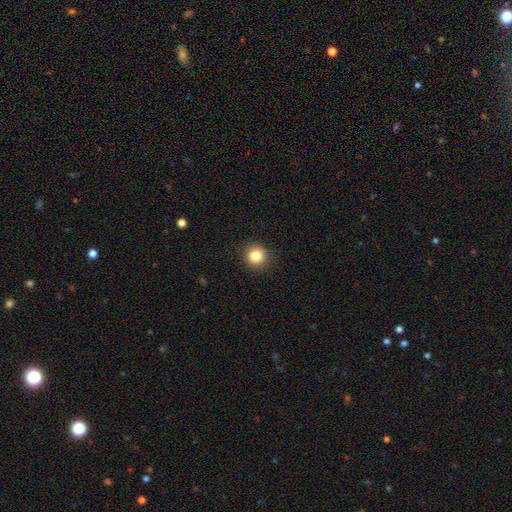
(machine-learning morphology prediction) Overall: smooth (83%). How rounded: round (93%). Merging: none (92%).